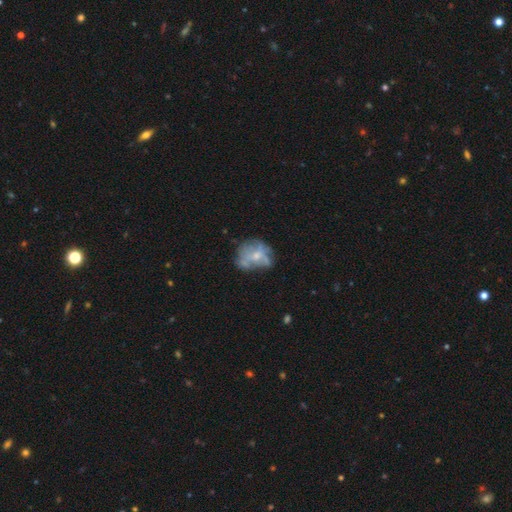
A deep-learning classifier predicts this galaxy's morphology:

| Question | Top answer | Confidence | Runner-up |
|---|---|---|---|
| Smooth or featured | featured or disk | 53% | smooth (36%) |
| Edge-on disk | no | 97% | yes (3%) |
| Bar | no | 79% | weak (17%) |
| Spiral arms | no | 76% | yes (24%) |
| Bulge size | moderate | 42% | small (41%) |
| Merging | none | 44% | minor disturbance (25%) |